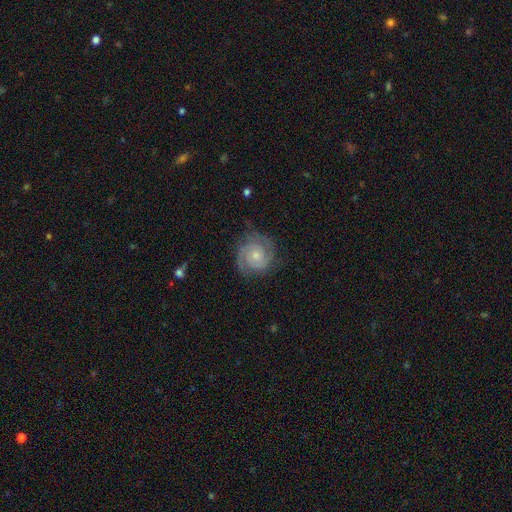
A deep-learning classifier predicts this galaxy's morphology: Smooth or featured? Predicted: featured or disk (p=0.82). Edge-on disk? Predicted: no (p=0.98). Bar? Predicted: no (p=0.74). Spiral arms? Predicted: yes (p=0.96). Spiral winding? Predicted: tight (p=0.67). Spiral arm count? Predicted: 2 (p=0.64). Bulge size? Predicted: small (p=0.60). Merging? Predicted: none (p=0.75).